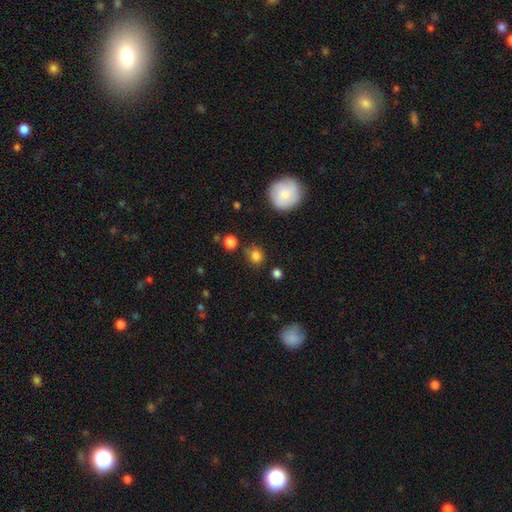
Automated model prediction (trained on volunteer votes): Morphology: type=smooth (81%); roundness=round (80%); merging=none (75%).